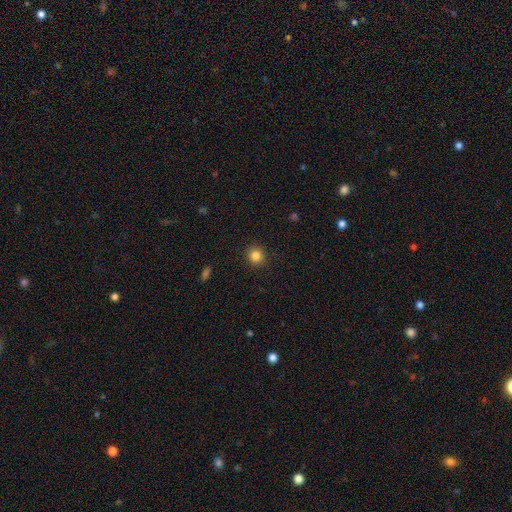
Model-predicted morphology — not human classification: A smooth galaxy with no disk features (84%) that is round (89%).

Vote fractions:
- Smooth or featured? smooth: 84% / star or artifact: 11% / featured or disk: 5%
- How rounded? round: 89% / in between: 10% / cigar-shaped: 1%
- Merging? none: 91% / minor disturbance: 6% / major disturbance: 2% / merger: 1%